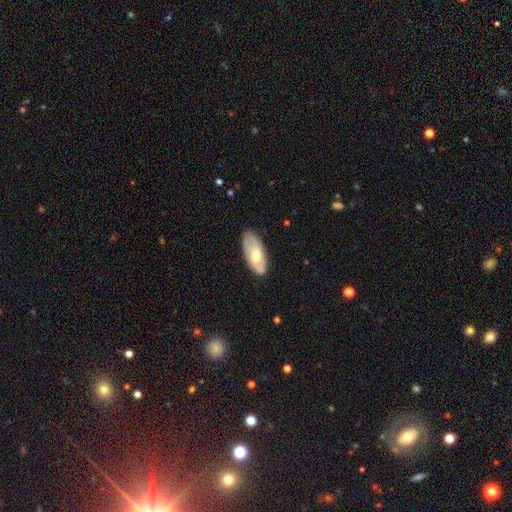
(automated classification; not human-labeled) Smooth or featured? smooth (49%)
Merging? none (78%)